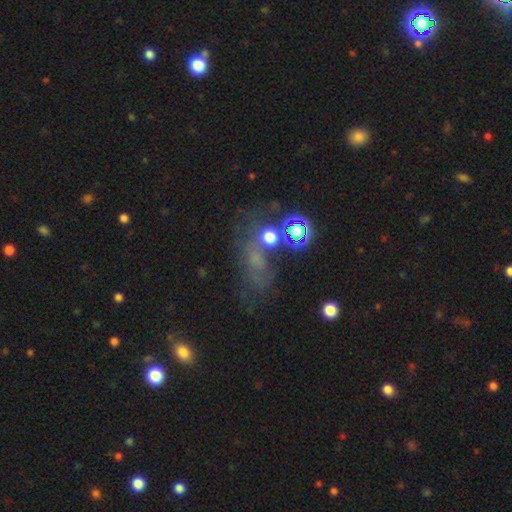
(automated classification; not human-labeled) This appears to be a star or artifact, not a galaxy (38%).